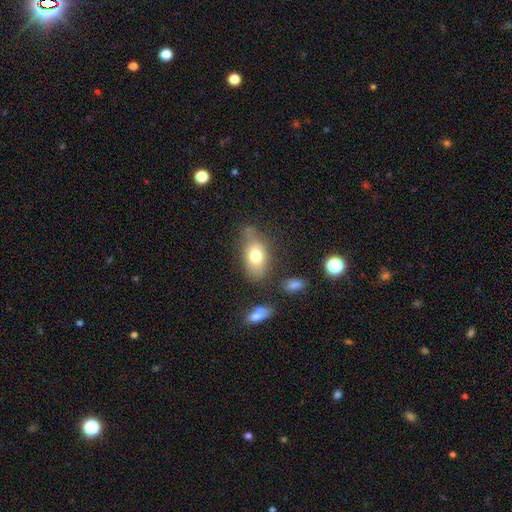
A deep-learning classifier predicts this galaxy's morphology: This is likely a smooth galaxy (73%). How rounded: clearly in between (86%). Merging: likely none (61%).